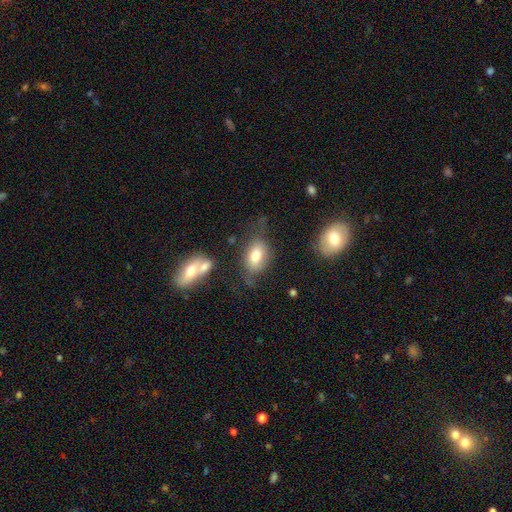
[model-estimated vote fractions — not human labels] Smooth or featured? Predicted: smooth (p=0.74). How rounded? Predicted: in between (p=0.80). Merging? Predicted: none (p=0.59).